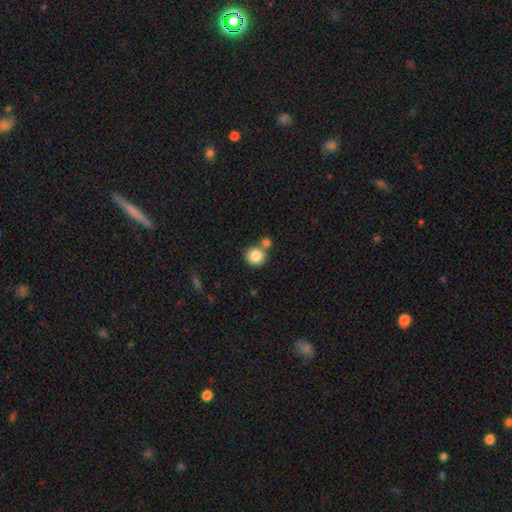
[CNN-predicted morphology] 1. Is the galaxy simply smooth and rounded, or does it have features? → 85% smooth, 9% star or artifact, 7% featured or disk.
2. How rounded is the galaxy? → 89% round, 10% in between, 1% cigar-shaped.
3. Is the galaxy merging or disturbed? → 57% none, 32% merger, 8% minor disturbance, 3% major disturbance.